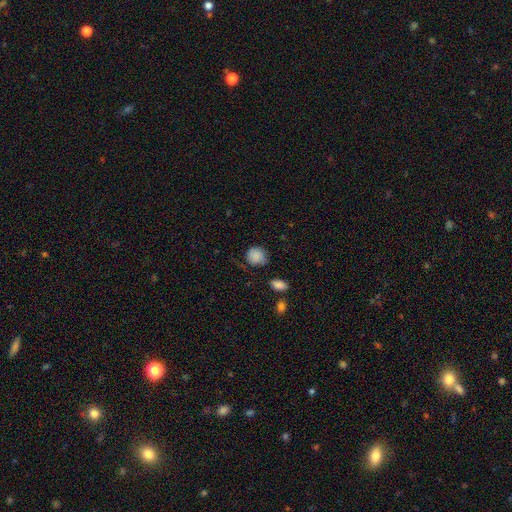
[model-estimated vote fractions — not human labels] This is clearly a smooth galaxy (85%). How rounded: clearly round (83%). Merging: likely none (67%).